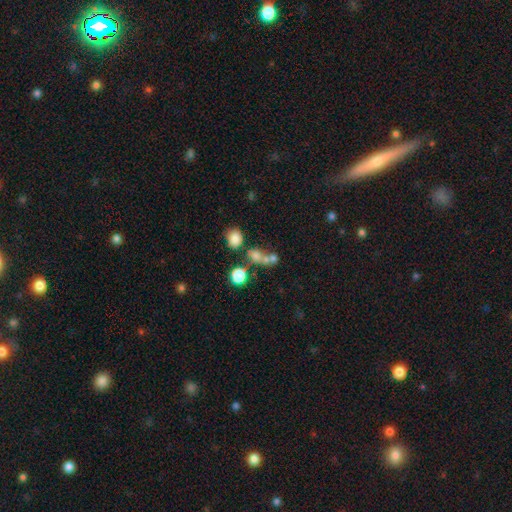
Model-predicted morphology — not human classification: Smooth or featured? Predicted: smooth (p=0.64). How rounded? Predicted: round (p=0.67). Merging? Predicted: merger (p=0.47).